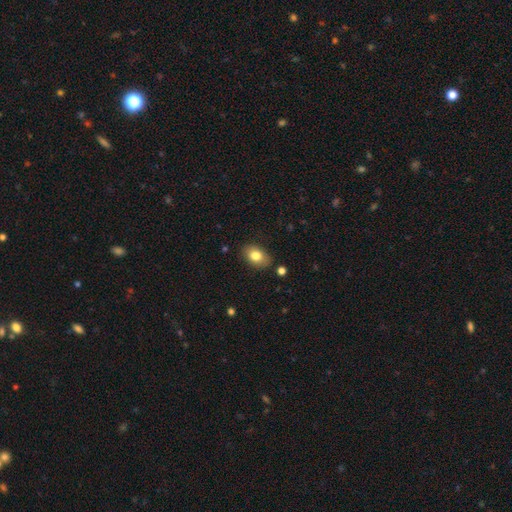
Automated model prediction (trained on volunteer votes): Smooth or featured?
  - smooth: 80% *
  - featured or disk: 12%
  - star or artifact: 8%
How rounded?
  - in between: 83% *
  - round: 16%
  - cigar-shaped: 1%
Merging?
  - none: 84% *
  - minor disturbance: 12%
  - major disturbance: 3%
  - merger: 2%